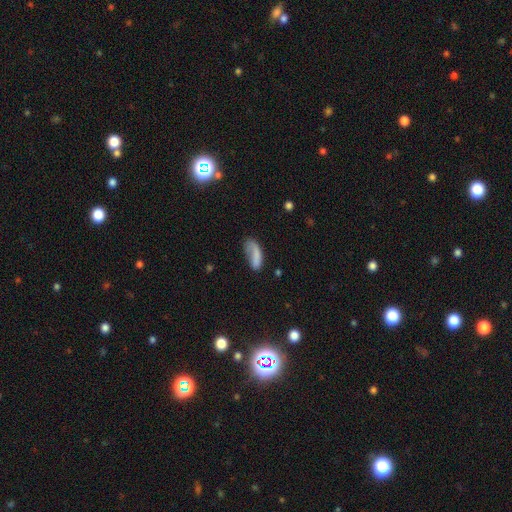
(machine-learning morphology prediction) This appears to be a smooth galaxy with no disk features (73%) that is in between round and cigar-shaped (74%). Merging: none (36%).